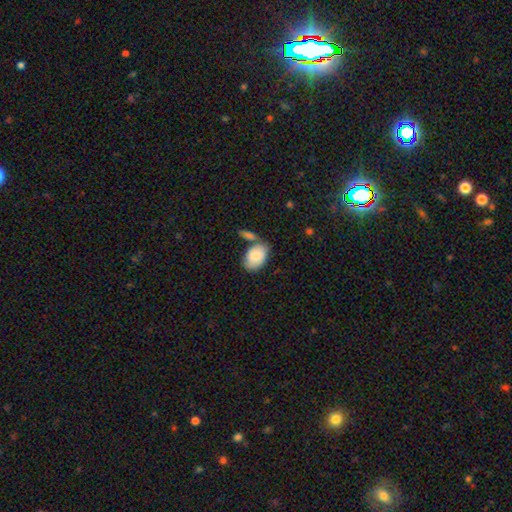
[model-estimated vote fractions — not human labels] This is clearly a smooth galaxy (82%). How rounded: clearly in between (89%). Merging: possibly none (53%).